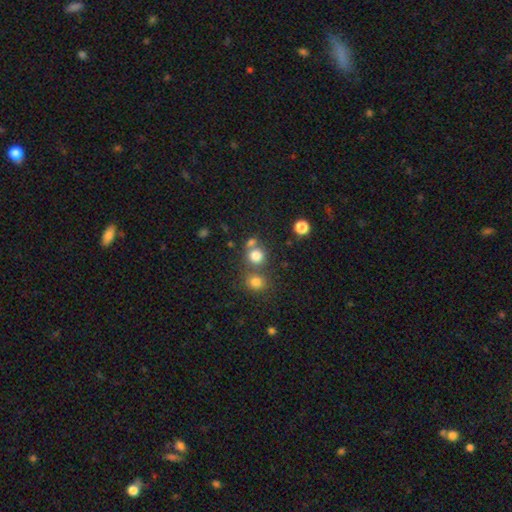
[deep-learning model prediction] Smooth or featured: smooth — 78% (star or artifact — 14%)
How rounded: round — 86% (in between — 13%)
Merging: none — 59% (merger — 29%)